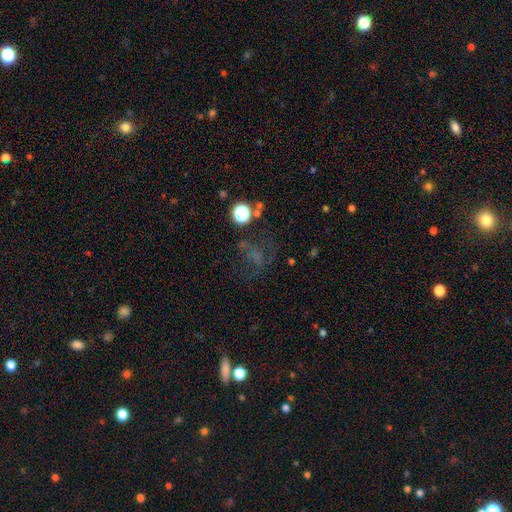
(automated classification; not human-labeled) The model was most divided on "smooth or featured" (2-way tie): smooth: 36%, star or artifact: 36%, featured or disk: 28%. Remaining: merging — none (48%).